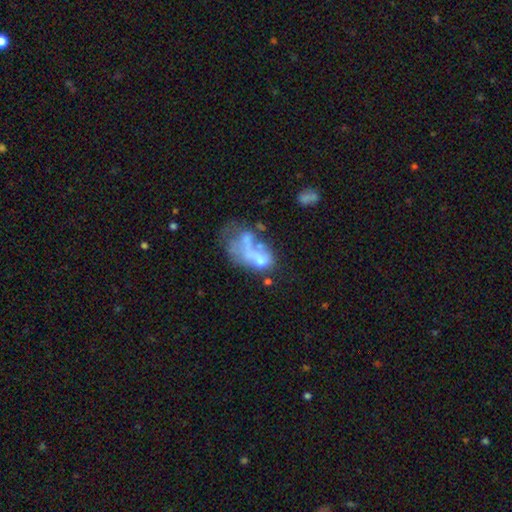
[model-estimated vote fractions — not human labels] Overall: featured or disk (49%; smooth 37%). Merging: major disturbance (35%; merger 34%).